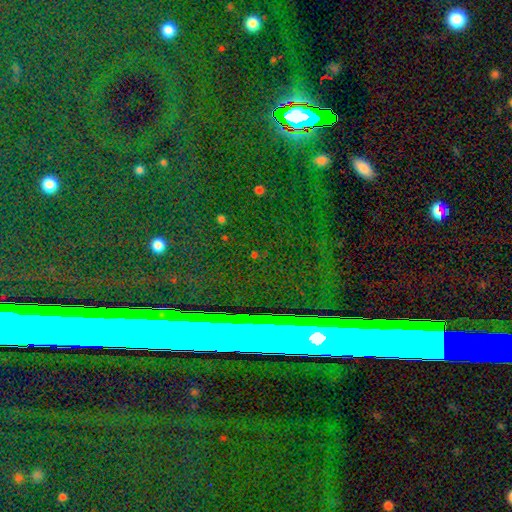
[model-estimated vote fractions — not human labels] The model was most divided on "smooth or featured": star or artifact: 79%, featured or disk: 11%, smooth: 10%.